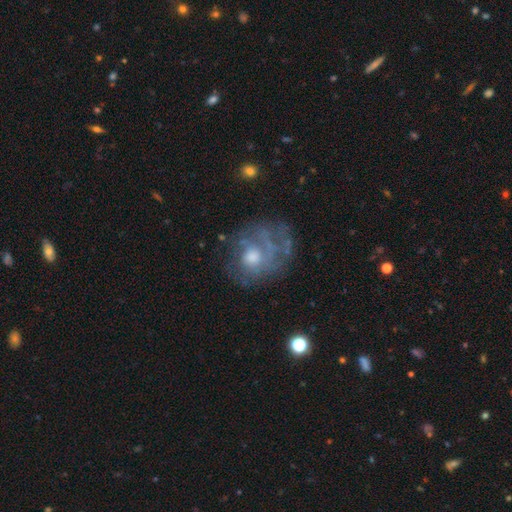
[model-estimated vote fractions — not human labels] A featured or disk galaxy (61%) with no bar (83%), spiral arms (52%) and a moderate central bulge (58%).

Vote fractions:
- Smooth or featured? featured or disk: 61% / smooth: 28% / star or artifact: 11%
- Edge-on disk? no: 97% / yes: 3%
- Bar? no: 83% / weak: 15% / strong: 2%
- Spiral arms? yes: 52% / no: 48%
- Bulge size? moderate: 58% / small: 20% / large: 12% / none: 7% / dominant: 2%
- Merging? none: 52% / major disturbance: 24% / minor disturbance: 21% / merger: 3%